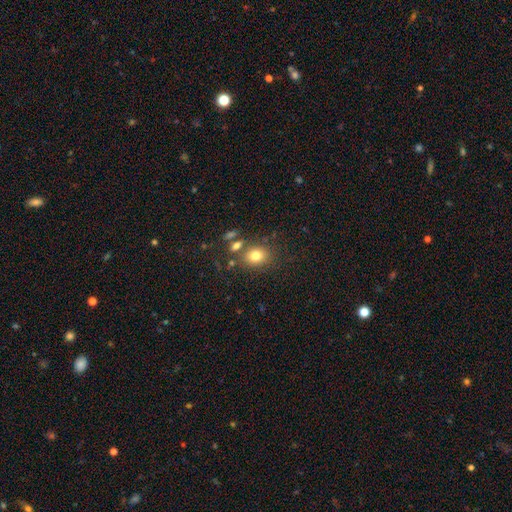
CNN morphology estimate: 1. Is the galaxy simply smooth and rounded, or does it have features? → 78% smooth, 12% star or artifact, 10% featured or disk.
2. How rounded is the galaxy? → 51% round, 48% in between, 1% cigar-shaped.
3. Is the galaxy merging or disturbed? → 70% none, 13% merger, 12% minor disturbance, 5% major disturbance.